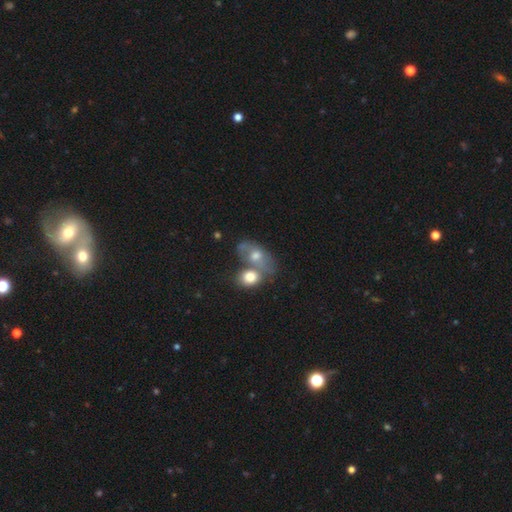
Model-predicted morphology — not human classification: Smooth or featured?
  - smooth: 54% *
  - featured or disk: 35%
  - star or artifact: 12%
How rounded?
  - in between: 72% *
  - round: 26%
  - cigar-shaped: 3%
Merging?
  - merger: 50% *
  - none: 28%
  - minor disturbance: 13%
  - major disturbance: 9%